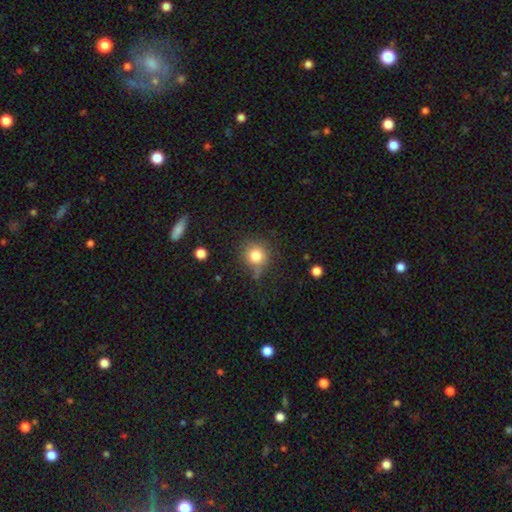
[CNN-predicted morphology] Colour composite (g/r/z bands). It shows a smooth galaxy with no disk features (81%) that is round (90%). Merging: none (75%).